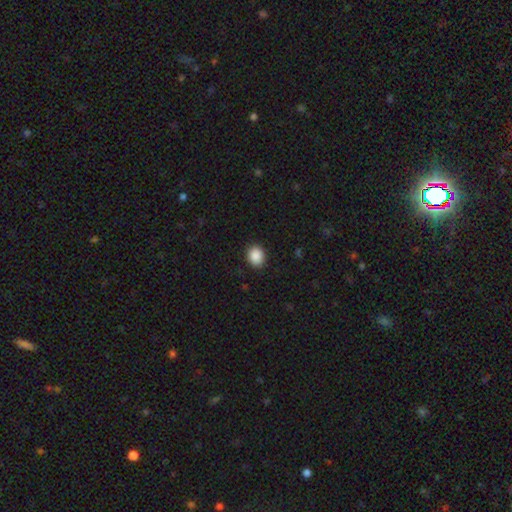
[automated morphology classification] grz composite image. It shows a smooth galaxy with no disk features (89%) that is round (59%). Merging: none (90%).